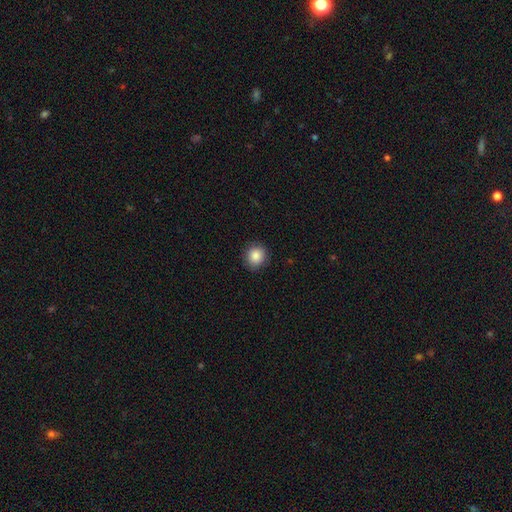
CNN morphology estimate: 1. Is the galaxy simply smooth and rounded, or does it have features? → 87% smooth, 9% star or artifact, 4% featured or disk.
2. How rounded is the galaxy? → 85% round, 14% in between, 1% cigar-shaped.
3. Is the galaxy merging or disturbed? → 89% none, 8% minor disturbance, 2% major disturbance, 1% merger.